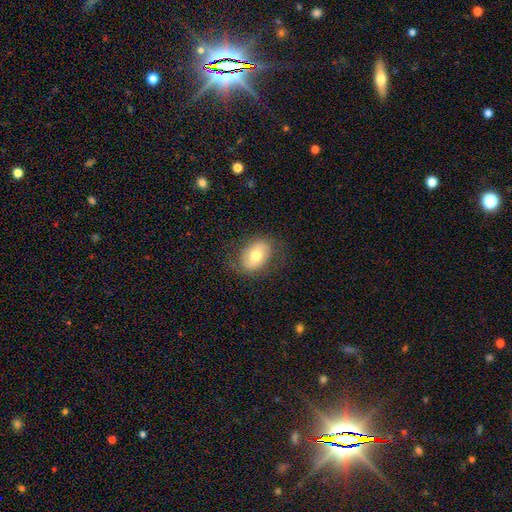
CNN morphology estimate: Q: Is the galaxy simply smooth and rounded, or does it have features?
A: smooth — 63%.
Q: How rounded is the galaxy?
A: in between — 76%.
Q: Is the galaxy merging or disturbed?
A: none — 76%.